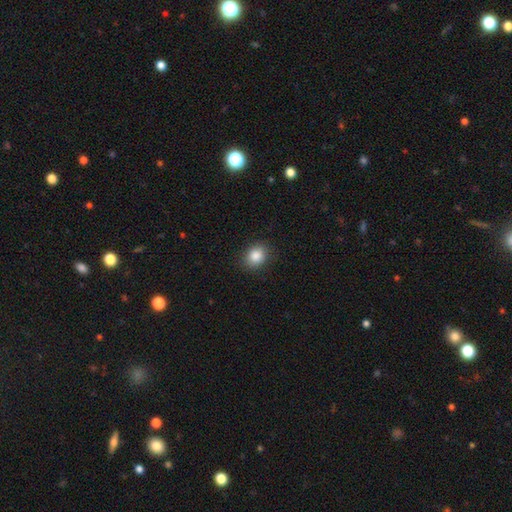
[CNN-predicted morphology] A smooth galaxy with no disk features (86%) that is round (53%). Merging: none (87%).